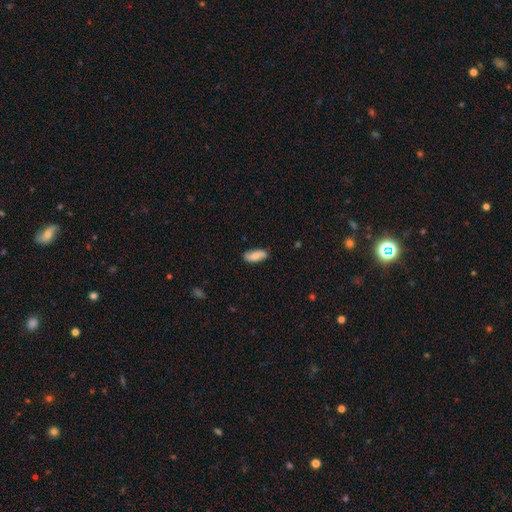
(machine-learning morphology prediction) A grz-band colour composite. It shows a smooth galaxy with no disk features (72%) that is in between round and cigar-shaped (81%). Merging: none (81%).